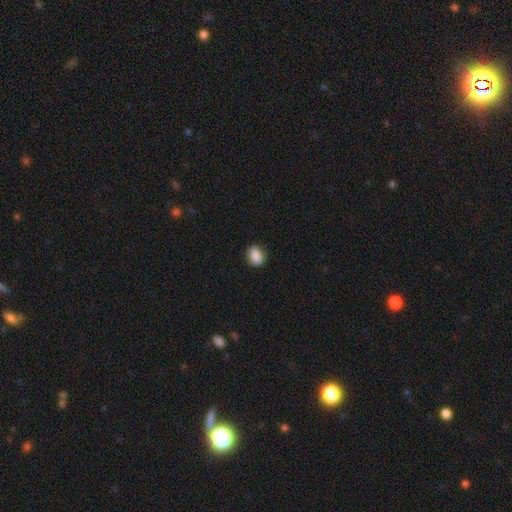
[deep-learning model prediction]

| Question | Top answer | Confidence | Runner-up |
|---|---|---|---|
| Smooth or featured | smooth | 87% | star or artifact (8%) |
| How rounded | in between | 65% | round (34%) |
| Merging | none | 84% | minor disturbance (12%) |